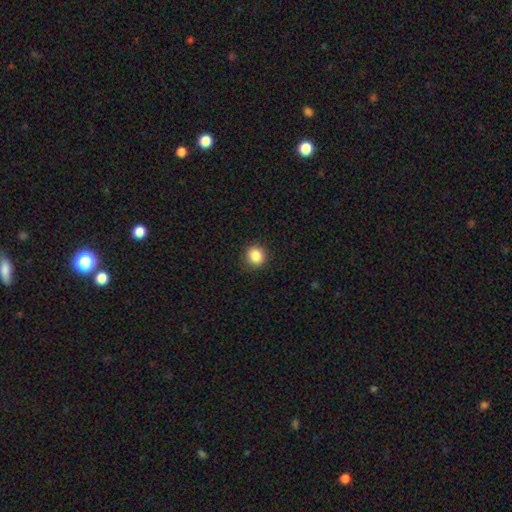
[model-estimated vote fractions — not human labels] smooth_or_featured: smooth (p=0.86) [alt: star or artifact p=0.10]
how_rounded: round (p=0.84) [alt: in between p=0.16]
merging: none (p=0.90) [alt: minor disturbance p=0.07]